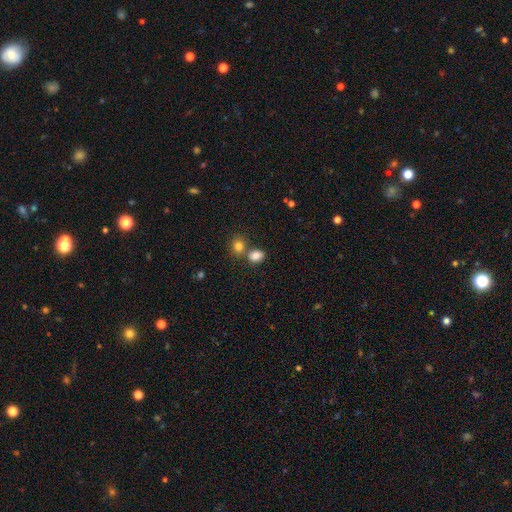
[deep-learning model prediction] Smooth or featured?
  - smooth: 83% *
  - star or artifact: 11%
  - featured or disk: 7%
How rounded?
  - in between: 56% *
  - round: 43%
  - cigar-shaped: 1%
Merging?
  - none: 56% *
  - merger: 30%
  - minor disturbance: 10%
  - major disturbance: 3%